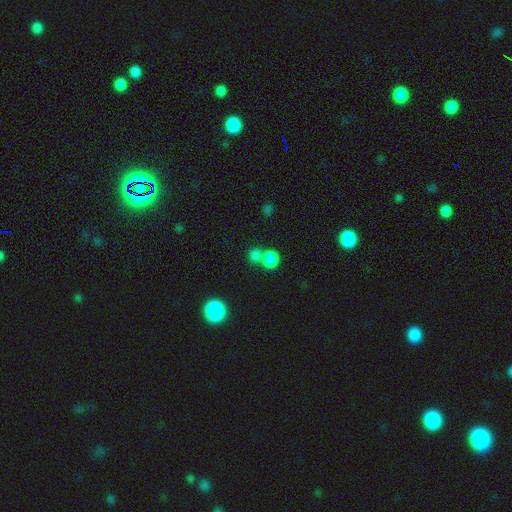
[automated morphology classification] Smooth or featured? Predicted: smooth (p=0.83). How rounded? Predicted: round (p=0.77). Merging? Predicted: none (p=0.48).